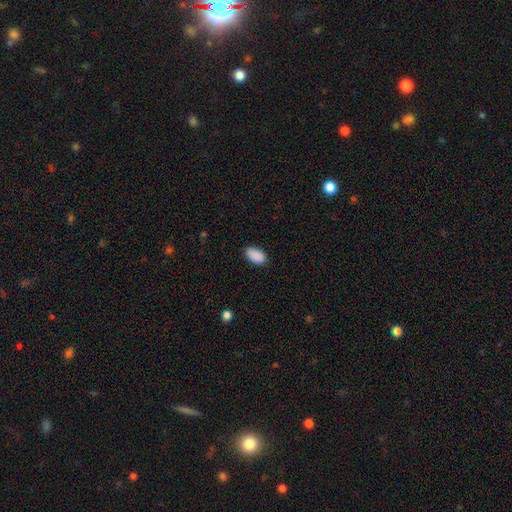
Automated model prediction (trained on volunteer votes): A smooth galaxy with no disk features (90%) that is in between round and cigar-shaped (95%).

Vote fractions:
- Smooth or featured? smooth: 90% / star or artifact: 7% / featured or disk: 3%
- How rounded? in between: 95% / round: 3% / cigar-shaped: 2%
- Merging? none: 86% / minor disturbance: 10% / major disturbance: 2% / merger: 1%